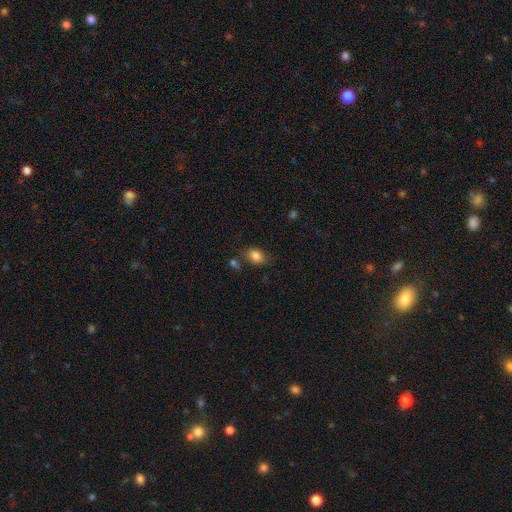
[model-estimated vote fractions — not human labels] smooth-or-featured: smooth: 84% | star or artifact: 10% | featured or disk: 7%
  how-rounded: in between: 75% | round: 24% | cigar-shaped: 1%
  merging: none: 68% | minor disturbance: 18% | merger: 8% | major disturbance: 6%